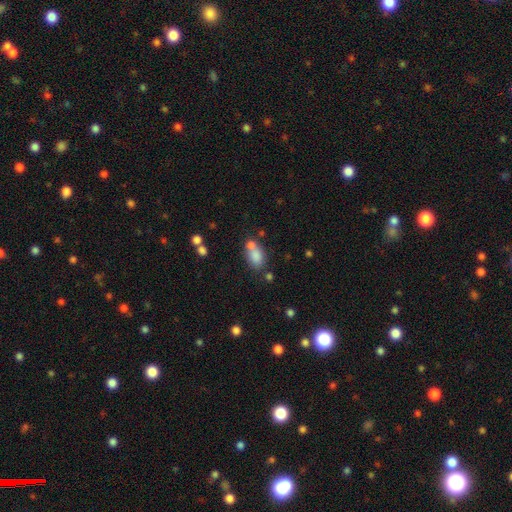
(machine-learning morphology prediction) Smooth or featured: smooth — 78% (featured or disk — 11%)
How rounded: in between — 78% (round — 20%)
Merging: none — 42% (merger — 39%)